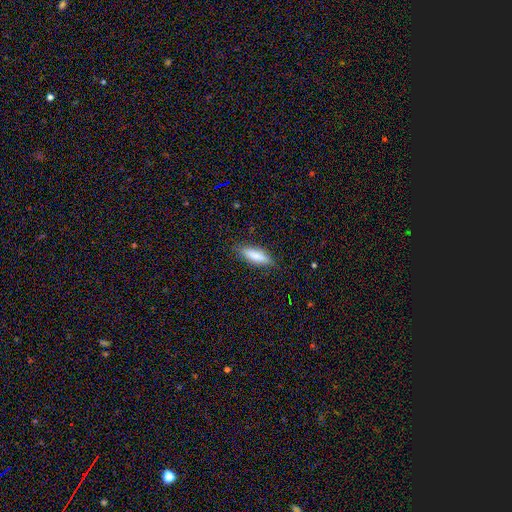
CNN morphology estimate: Smooth or featured? Predicted: smooth (p=0.81). How rounded? Predicted: cigar-shaped (p=0.59). Merging? Predicted: none (p=0.83).